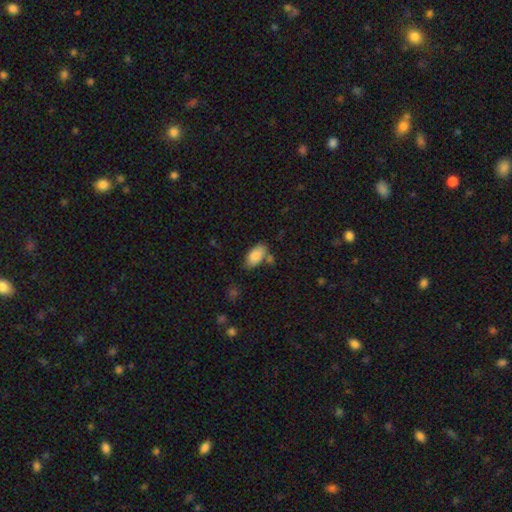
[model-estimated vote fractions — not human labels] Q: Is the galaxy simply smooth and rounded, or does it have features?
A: smooth — 85%.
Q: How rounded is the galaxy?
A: in between — 94%.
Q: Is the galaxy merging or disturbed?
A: none — 64%.